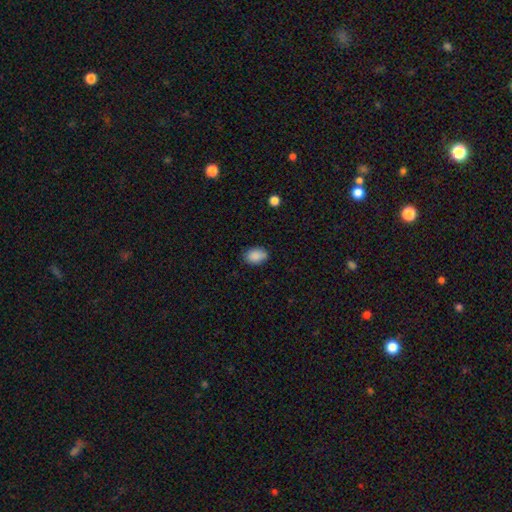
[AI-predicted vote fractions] Smooth or featured? Predicted: smooth (p=0.87). How rounded? Predicted: in between (p=0.81). Merging? Predicted: none (p=0.77).